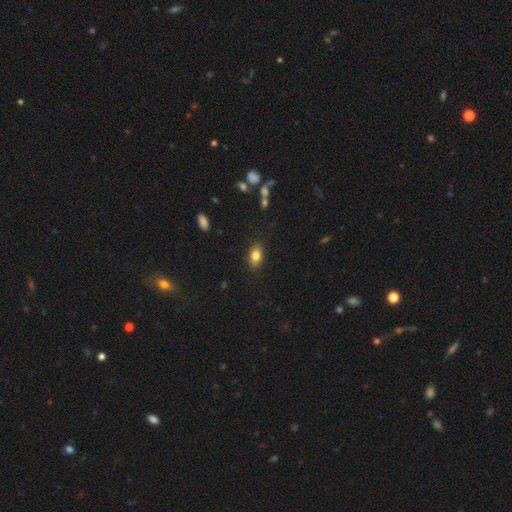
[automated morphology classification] This appears to be a smooth galaxy with no disk features (81%) that is in between round and cigar-shaped (86%). Merging: none (86%).